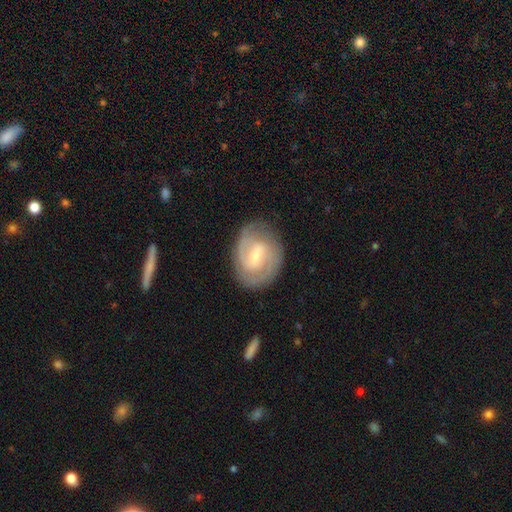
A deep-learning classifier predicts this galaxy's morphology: smooth-or-featured: featured or disk: 81% | smooth: 14% | star or artifact: 5%
  disk-edge-on: no: 97% | yes: 3%
    bar: weak: 58% | strong: 27% | no: 16%
    has-spiral-arms: yes: 94% | no: 6%
      spiral-winding: tight: 51% | medium: 40% | loose: 9%
      spiral-arm-count: 2: 75% | can't tell: 11% | 3: 8% | 1: 3% | 4: 2% | more than 4: 2%
    bulge-size: small: 58% | moderate: 31% | none: 7% | large: 3% | dominant: 1%
  merging: none: 80% | minor disturbance: 13% | major disturbance: 5% | merger: 1%